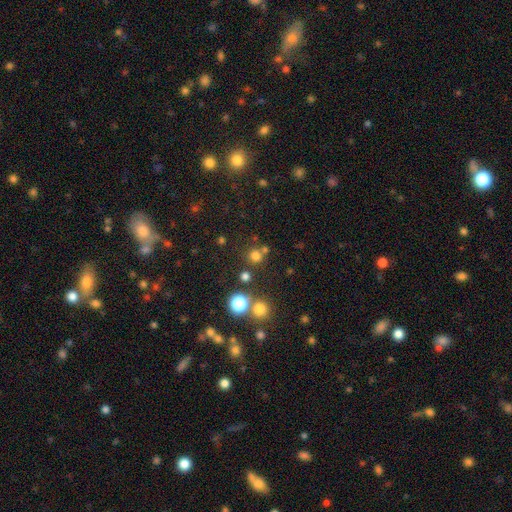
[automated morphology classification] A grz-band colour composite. It shows a smooth galaxy with no disk features (70%) that is round (92%). Merging: none (74%).